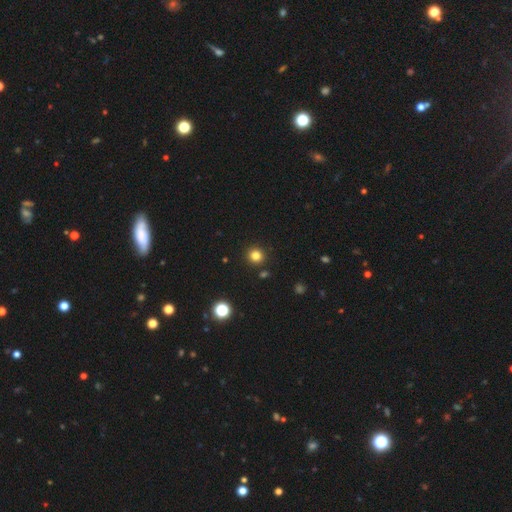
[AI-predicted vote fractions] smooth-or-featured: smooth: 81% | star or artifact: 14% | featured or disk: 5%
  how-rounded: round: 93% | in between: 6% | cigar-shaped: 1%
  merging: none: 90% | minor disturbance: 5% | merger: 2% | major disturbance: 2%